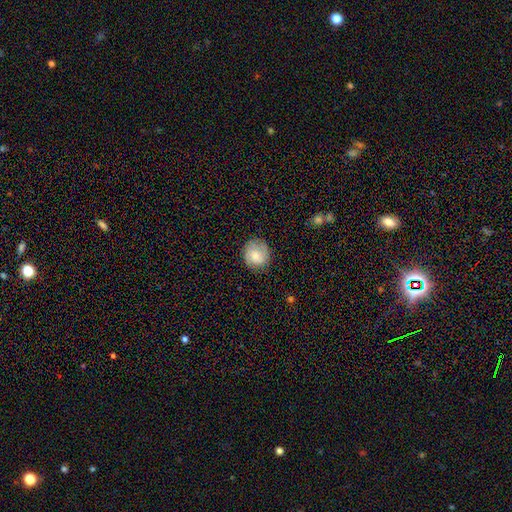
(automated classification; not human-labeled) This is likely a smooth galaxy (63%). How rounded: clearly round (84%). Merging: likely none (77%).